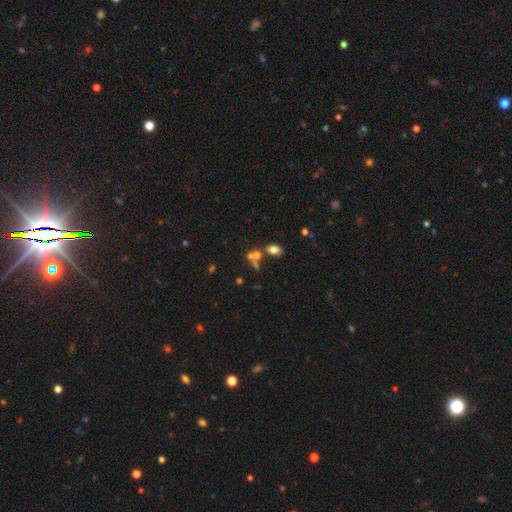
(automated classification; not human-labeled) A smooth galaxy with no disk features (64%) that is in between round and cigar-shaped (62%). Merging: merger (47%).